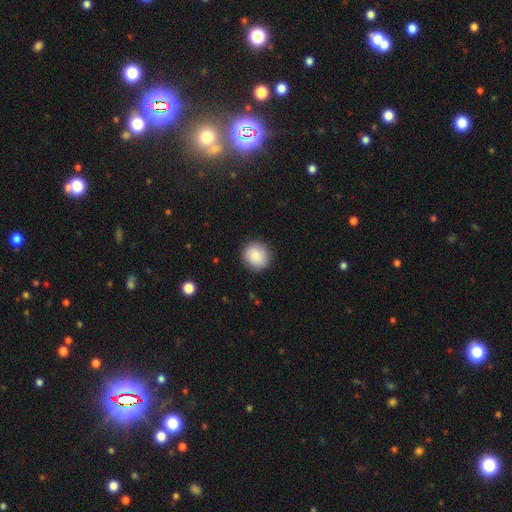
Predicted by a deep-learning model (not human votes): This is clearly a smooth galaxy (86%). How rounded: clearly round (89%). Merging: clearly none (89%).